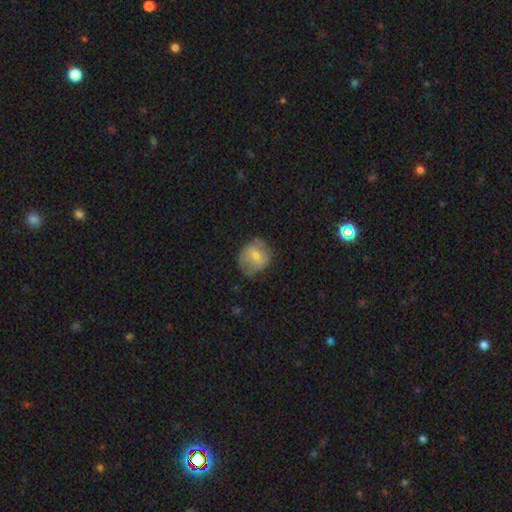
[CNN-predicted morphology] A smooth galaxy with no disk features (55%) that is round (70%). Merging: none (64%).